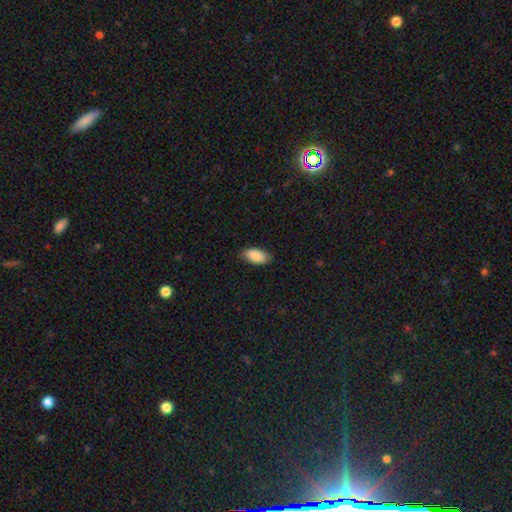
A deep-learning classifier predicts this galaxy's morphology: Smooth or featured? Predicted: smooth (p=0.89). How rounded? Predicted: in between (p=0.94). Merging? Predicted: none (p=0.82).